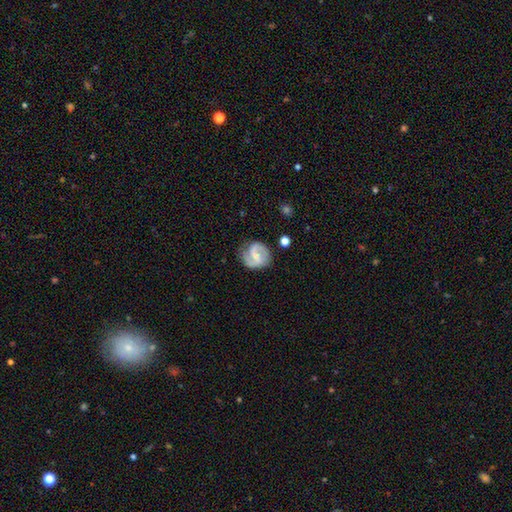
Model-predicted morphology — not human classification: A featured or disk galaxy (76%) with a weak bar (48%), 2 (86%) medium (48%) spiral arms (92%) and a small central bulge (49%). Merging: none (73%).